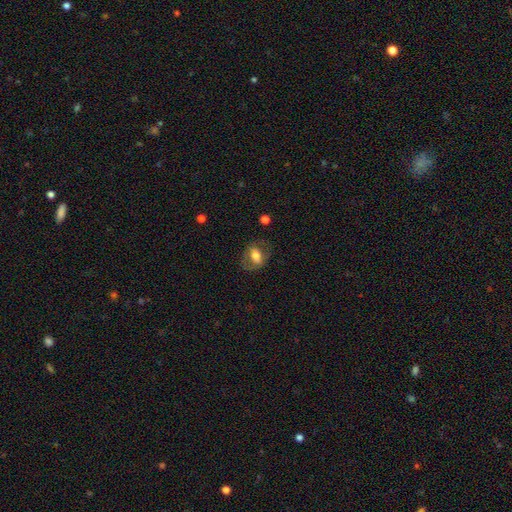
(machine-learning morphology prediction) type=smooth (54%); roundness=in between (74%); merging=none (66%).